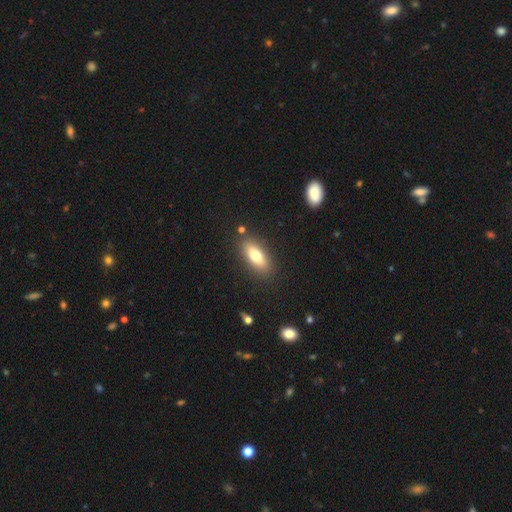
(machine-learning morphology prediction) This is likely a smooth galaxy (75%). How rounded: likely in between (77%). Merging: clearly none (85%).